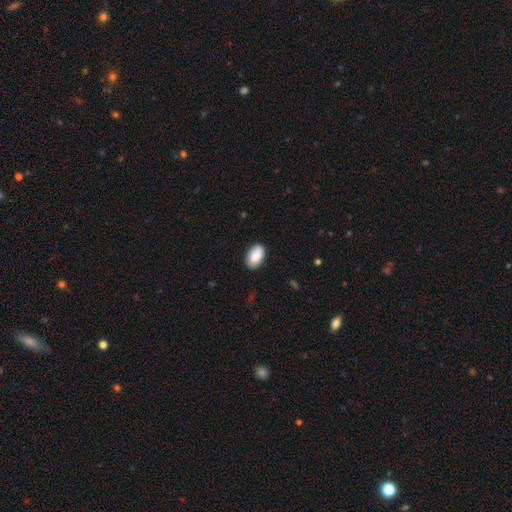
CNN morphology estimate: This is clearly a smooth galaxy (86%). How rounded: clearly in between (93%). Merging: clearly none (85%).